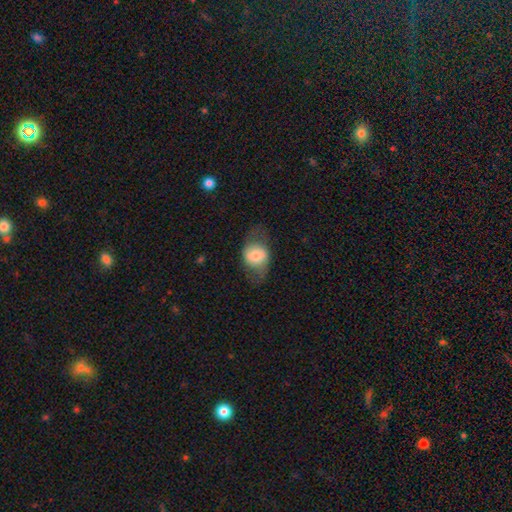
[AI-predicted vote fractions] This appears to be a smooth galaxy with no disk features (56%) that is in between round and cigar-shaped (56%). Merging: none (61%).